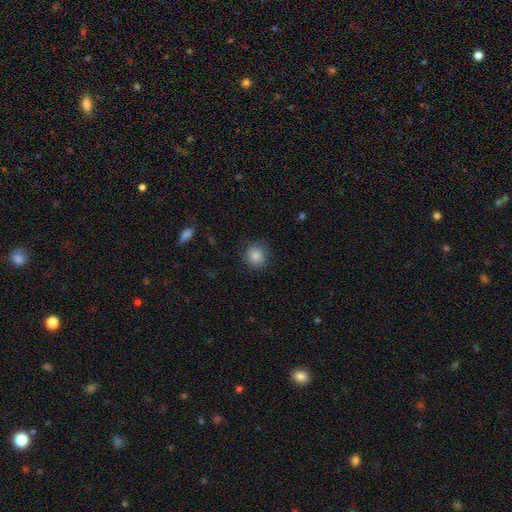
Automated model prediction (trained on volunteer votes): Smooth or featured?
  - smooth: 85% *
  - star or artifact: 10%
  - featured or disk: 6%
How rounded?
  - round: 87% *
  - in between: 12%
  - cigar-shaped: 1%
Merging?
  - none: 84% *
  - minor disturbance: 12%
  - major disturbance: 3%
  - merger: 1%